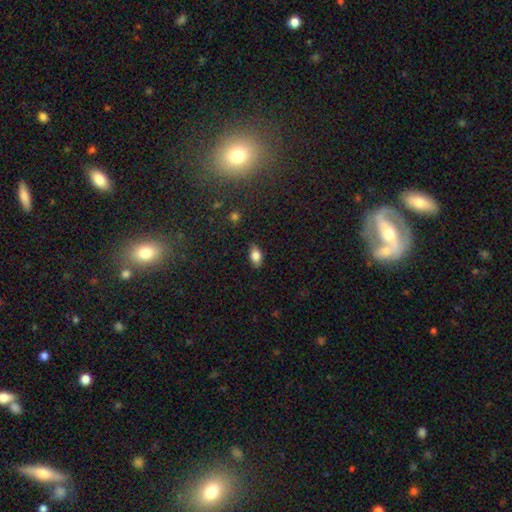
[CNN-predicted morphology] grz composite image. It shows a smooth galaxy with no disk features (79%) that is in between round and cigar-shaped (88%). Merging: none (83%).